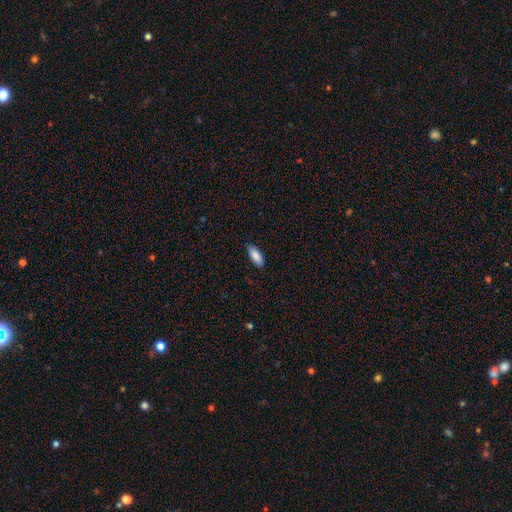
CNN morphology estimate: Smooth or featured? smooth (86%)
How rounded? in between (81%)
Merging? none (85%)